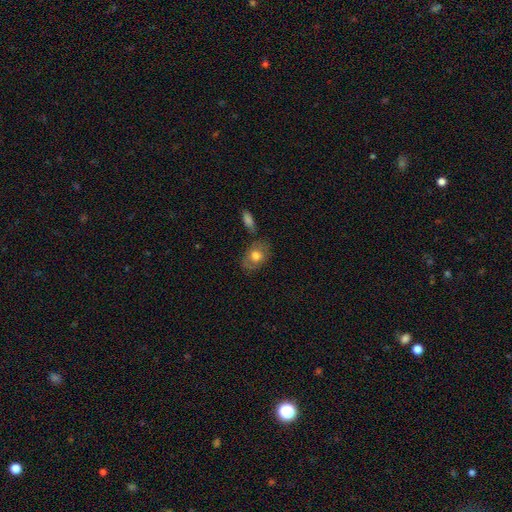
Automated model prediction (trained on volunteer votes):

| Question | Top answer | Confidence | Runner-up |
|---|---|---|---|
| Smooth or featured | smooth | 65% | featured or disk (28%) |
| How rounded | in between | 75% | round (23%) |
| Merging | none | 68% | minor disturbance (17%) |